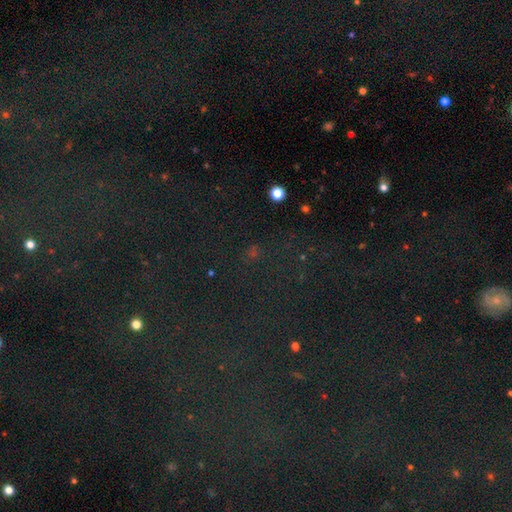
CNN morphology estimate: The model was most divided on "smooth or featured": star or artifact: 79%, smooth: 13%, featured or disk: 8%.